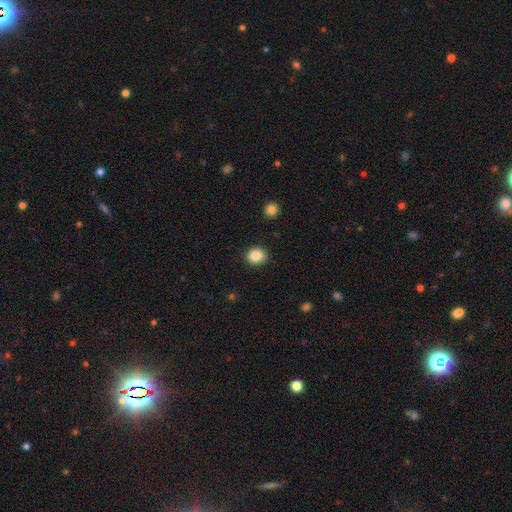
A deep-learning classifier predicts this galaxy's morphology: The model was most divided on "how rounded": round: 78%, in between: 22%, cigar-shaped: 1%. More confident: merging — none (90%); smooth or featured — smooth (87%).